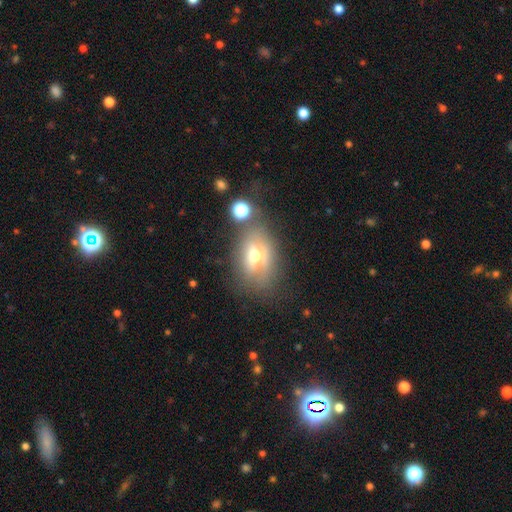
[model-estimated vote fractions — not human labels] Overall: smooth (45%; featured or disk 41%). Merging: none (56%; minor disturbance 21%).